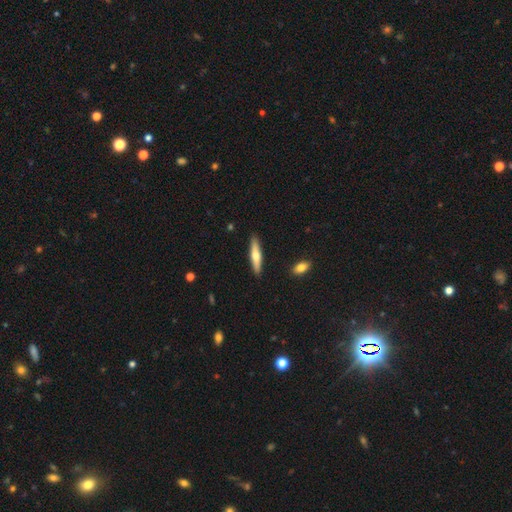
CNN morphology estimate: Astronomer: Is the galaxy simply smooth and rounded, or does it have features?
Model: smooth — 57% (runner-up: featured or disk, 38%).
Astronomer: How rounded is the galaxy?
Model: cigar-shaped — 85%.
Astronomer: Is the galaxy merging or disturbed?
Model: none — 89%.